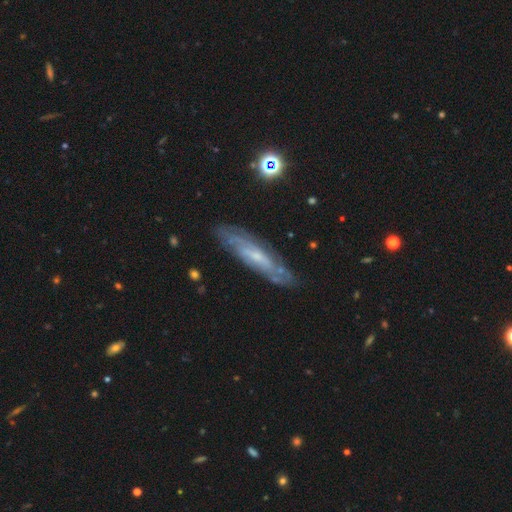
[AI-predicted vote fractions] Smooth or featured? featured or disk (73%)
Edge-on disk? no (64%)
Merging? none (80%)